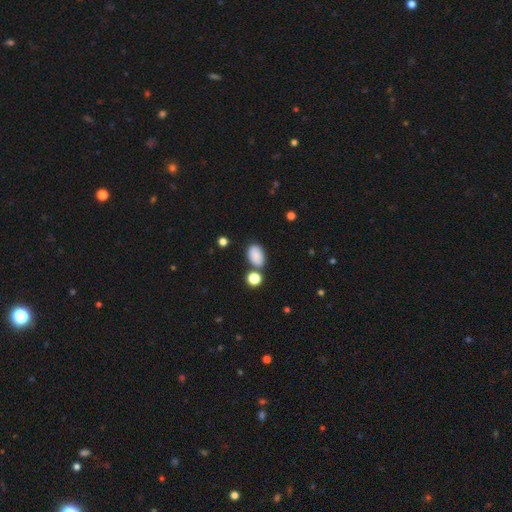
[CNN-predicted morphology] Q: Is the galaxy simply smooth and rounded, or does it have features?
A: smooth — 86%.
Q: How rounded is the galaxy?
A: in between — 90%.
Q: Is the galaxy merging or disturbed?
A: none — 71%.